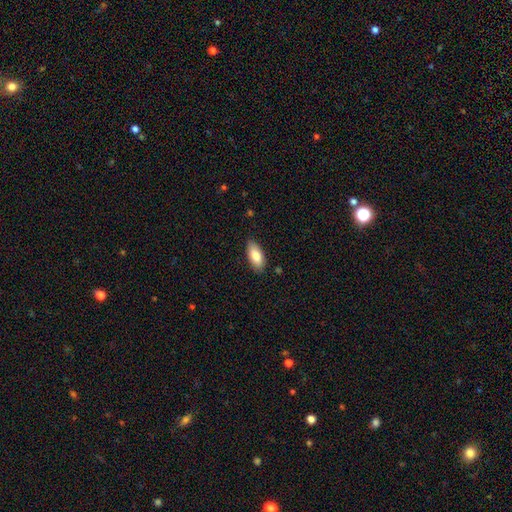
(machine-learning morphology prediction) Q: Smooth or featured?
A: smooth (82%); runner-up: featured or disk (12%)
Q: How rounded?
A: in between (87%); runner-up: cigar-shaped (11%)
Q: Merging?
A: none (87%); runner-up: minor disturbance (11%)